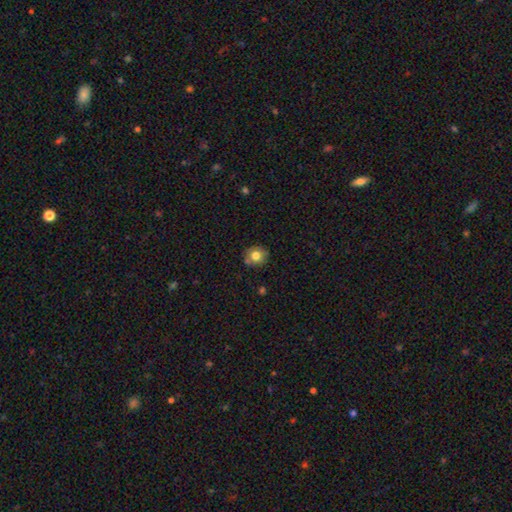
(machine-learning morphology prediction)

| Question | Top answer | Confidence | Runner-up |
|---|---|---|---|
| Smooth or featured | smooth | 77% | featured or disk (12%) |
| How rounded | round | 83% | in between (16%) |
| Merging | none | 80% | minor disturbance (13%) |